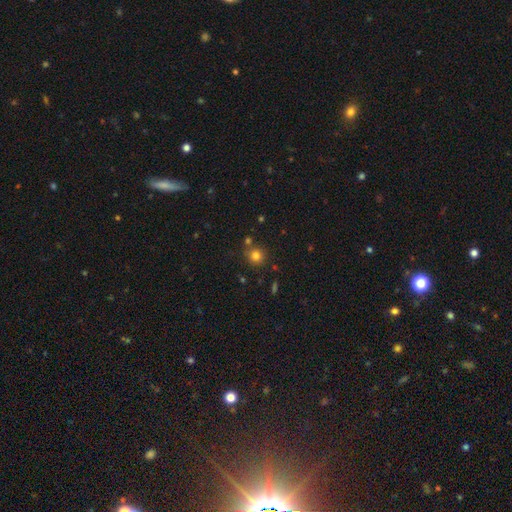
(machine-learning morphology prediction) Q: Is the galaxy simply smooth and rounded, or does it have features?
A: smooth — 79%.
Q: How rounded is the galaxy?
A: round — 90%.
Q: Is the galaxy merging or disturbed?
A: none — 76%.